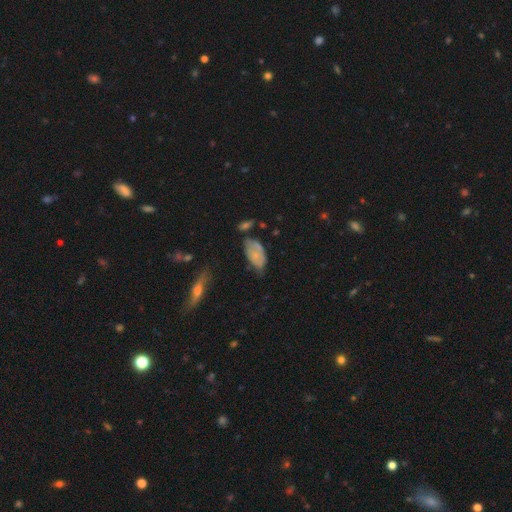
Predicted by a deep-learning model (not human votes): Smooth or featured? Predicted: smooth (p=0.61). How rounded? Predicted: in between (p=0.93). Merging? Predicted: none (p=0.40).